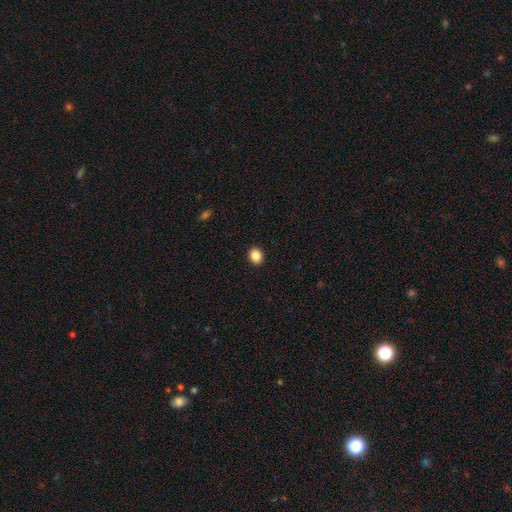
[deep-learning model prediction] A smooth galaxy with no disk features (87%) that is round (62%).

Vote fractions:
- Smooth or featured? smooth: 87% / star or artifact: 10% / featured or disk: 3%
- How rounded? round: 62% / in between: 38% / cigar-shaped: 1%
- Merging? none: 92% / minor disturbance: 5% / major disturbance: 2% / merger: 1%